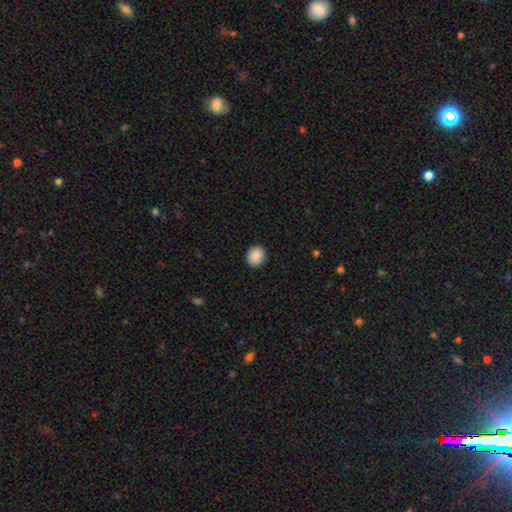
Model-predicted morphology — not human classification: smooth-or-featured: smooth: 89% | star or artifact: 8% | featured or disk: 3%
  how-rounded: round: 73% | in between: 26% | cigar-shaped: 1%
  merging: none: 92% | minor disturbance: 6% | major disturbance: 2% | merger: 1%